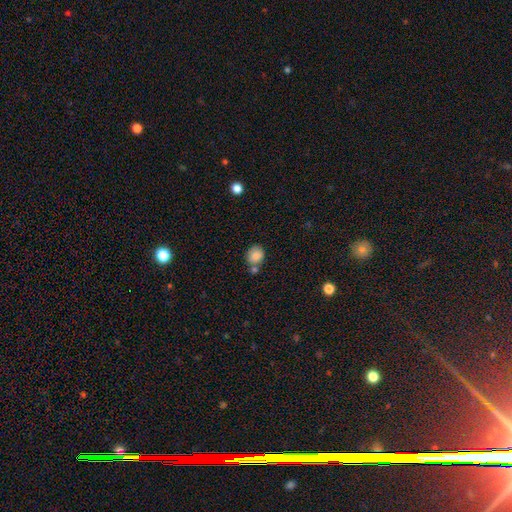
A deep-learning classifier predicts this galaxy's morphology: The model was most divided on "how rounded": round: 65%, in between: 34%, cigar-shaped: 1%. More confident: smooth or featured — smooth (84%); merging — none (58%).